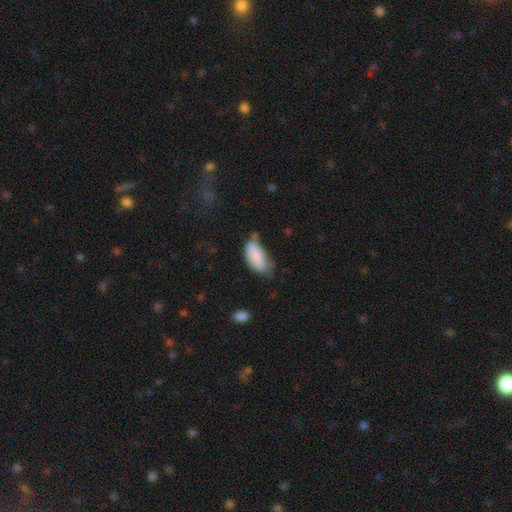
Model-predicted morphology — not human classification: Q: Smooth or featured?
A: smooth (85%); runner-up: featured or disk (8%)
Q: How rounded?
A: in between (90%); runner-up: cigar-shaped (7%)
Q: Merging?
A: none (39%); tied with: minor disturbance (39%)